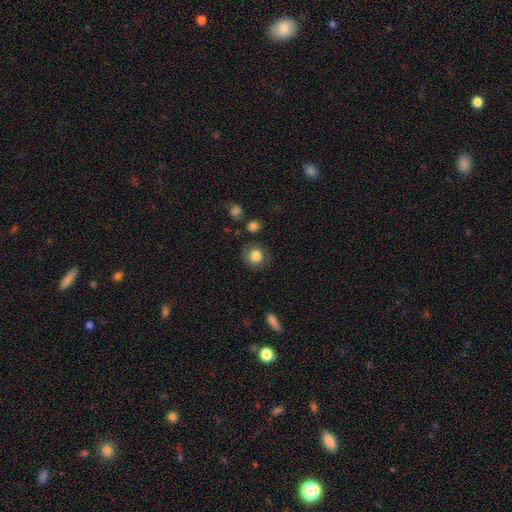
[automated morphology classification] smooth-or-featured: smooth: 81% | featured or disk: 10% | star or artifact: 9%
  how-rounded: round: 80% | in between: 19% | cigar-shaped: 1%
  merging: none: 77% | minor disturbance: 14% | major disturbance: 5% | merger: 3%